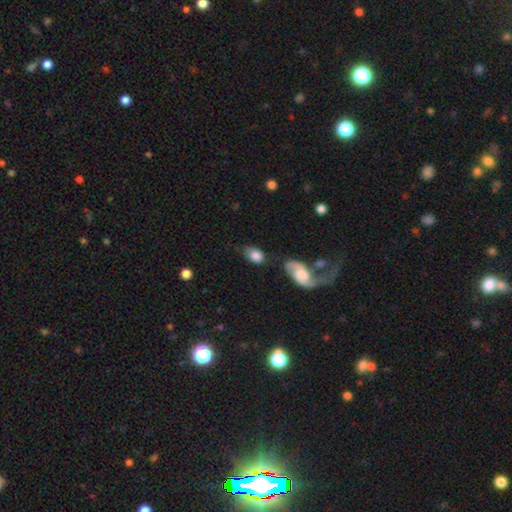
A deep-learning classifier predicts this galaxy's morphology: This is likely a smooth galaxy (77%). How rounded: clearly in between (84%). Merging: possibly none (52%).